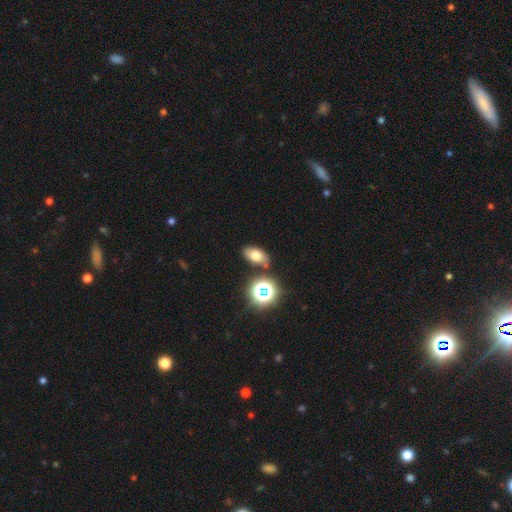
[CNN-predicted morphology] Smooth or featured: smooth — 68% (star or artifact — 18%)
How rounded: in between — 85% (round — 12%)
Merging: none — 77% (minor disturbance — 12%)